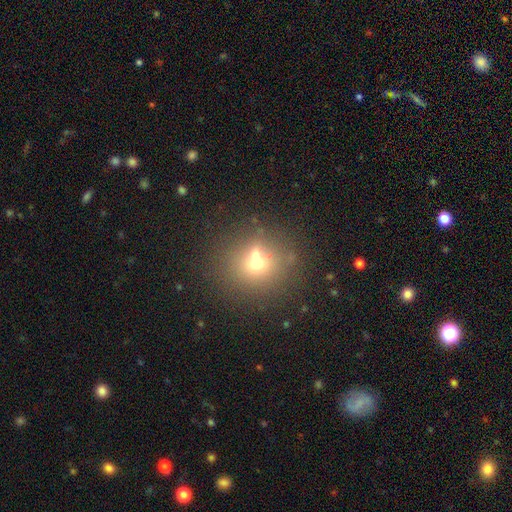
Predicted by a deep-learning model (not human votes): smooth-or-featured: smooth: 61% | featured or disk: 21% | star or artifact: 19%
  how-rounded: round: 84% | in between: 15% | cigar-shaped: 1%
  merging: none: 50% | merger: 36% | minor disturbance: 9% | major disturbance: 5%